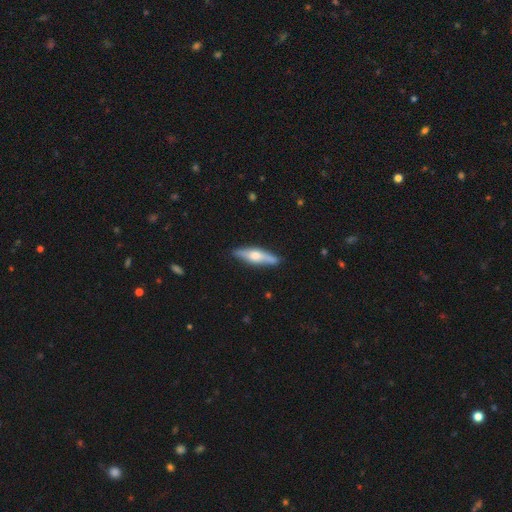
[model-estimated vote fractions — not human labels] smooth-or-featured: featured or disk: 57% | smooth: 38% | star or artifact: 5%
  disk-edge-on: yes: 93% | no: 7%
    edge-on-bulge: rounded: 90% | boxy: 7% | none: 3%
  merging: none: 87% | minor disturbance: 10% | major disturbance: 2% | merger: 1%